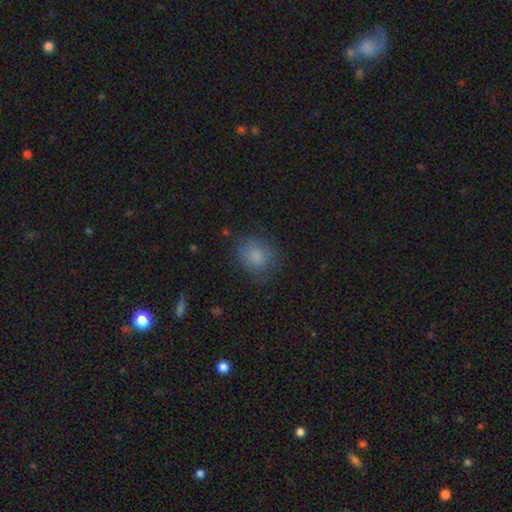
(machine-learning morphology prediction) The model was most divided on "how rounded": round: 60%, in between: 39%, cigar-shaped: 1%. More confident: smooth or featured — smooth (79%); merging — none (68%).